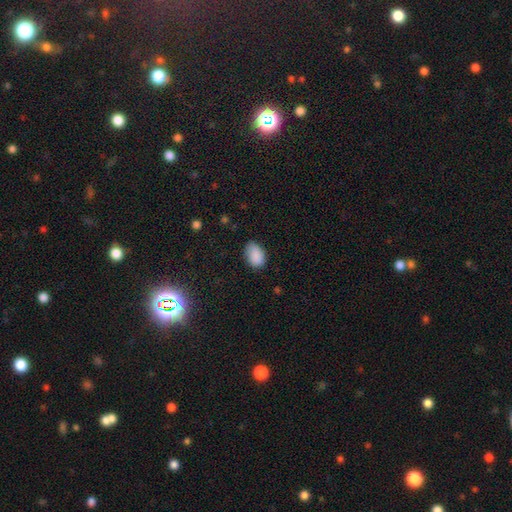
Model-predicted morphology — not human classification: smooth-or-featured: smooth: 88% | star or artifact: 8% | featured or disk: 4%
  how-rounded: in between: 87% | round: 12% | cigar-shaped: 1%
  merging: none: 72% | minor disturbance: 23% | major disturbance: 4% | merger: 1%